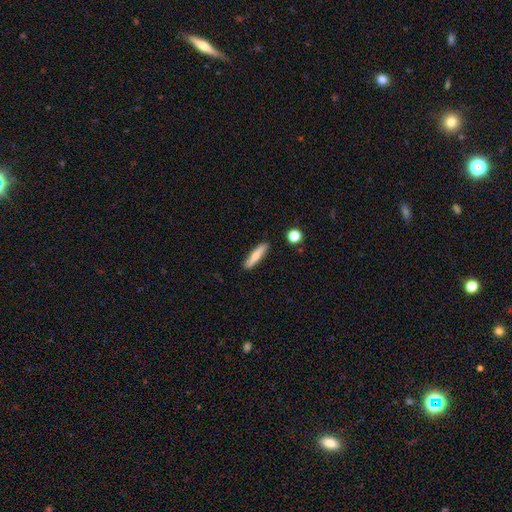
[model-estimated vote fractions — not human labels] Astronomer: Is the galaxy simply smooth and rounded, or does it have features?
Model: smooth — 66%.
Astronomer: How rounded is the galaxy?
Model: cigar-shaped — 85%.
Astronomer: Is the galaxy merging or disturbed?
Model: none — 88%.